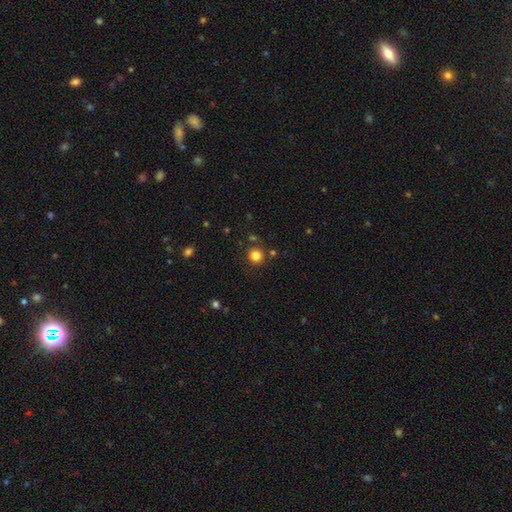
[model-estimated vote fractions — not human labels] Smooth or featured? Predicted: smooth (p=0.82). How rounded? Predicted: round (p=0.92). Merging? Predicted: none (p=0.85).